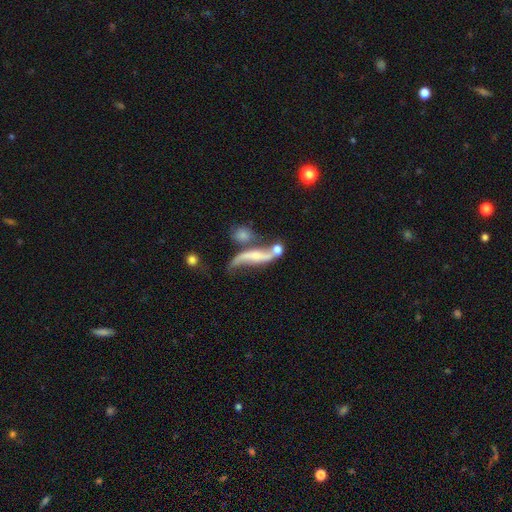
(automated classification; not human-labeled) A featured or disk galaxy (72%) with no bar (45%), spiral arms (80%) and a small central bulge (45%).

Vote fractions:
- Smooth or featured? featured or disk: 72% / smooth: 19% / star or artifact: 8%
- Edge-on disk? no: 78% / yes: 22%
- Bar? no: 45% / weak: 29% / strong: 26%
- Spiral arms? yes: 80% / no: 20%
- Bulge size? small: 45% / moderate: 29% / none: 20% / large: 4% / dominant: 2%
- Merging? merger: 34% / none: 32% / major disturbance: 18% / minor disturbance: 16%